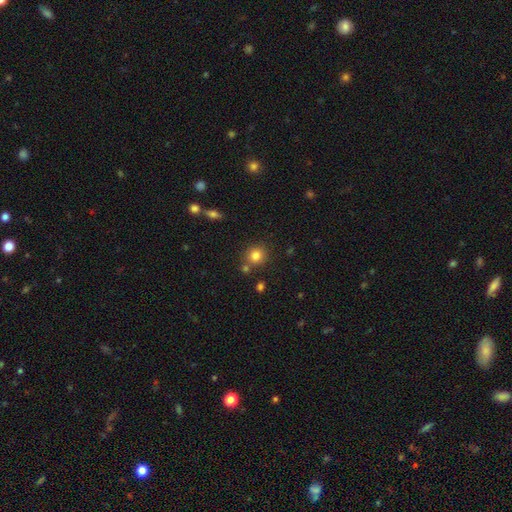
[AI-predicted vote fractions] smooth 81%, star or artifact 12%, featured or disk 7%. Down the decision tree: how rounded — round (87%); merging — none (76%).